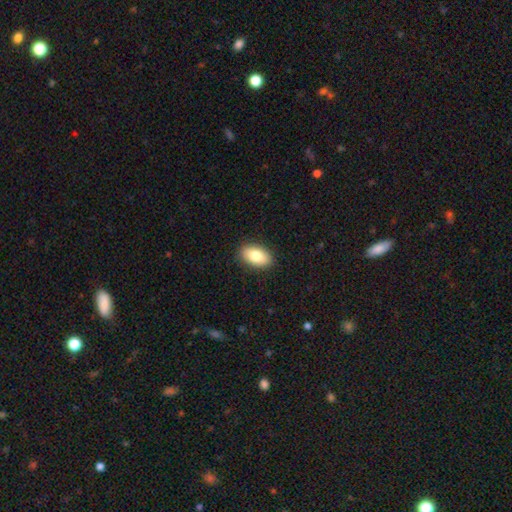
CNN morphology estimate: Overall: smooth (82%). How rounded: in between (92%). Merging: none (89%).